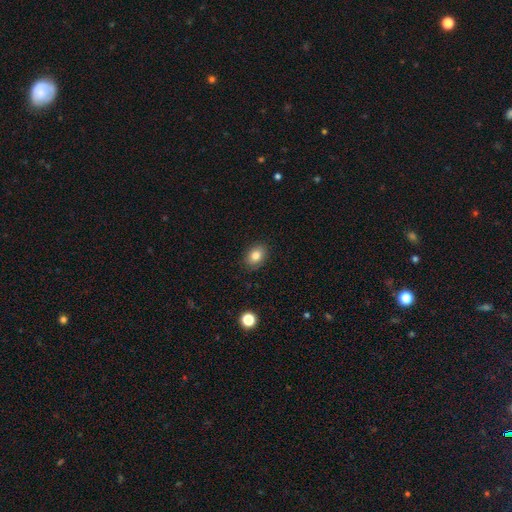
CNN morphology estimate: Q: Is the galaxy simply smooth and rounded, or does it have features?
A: smooth — 83%.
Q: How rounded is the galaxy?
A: in between — 72%.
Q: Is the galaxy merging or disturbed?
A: none — 86%.